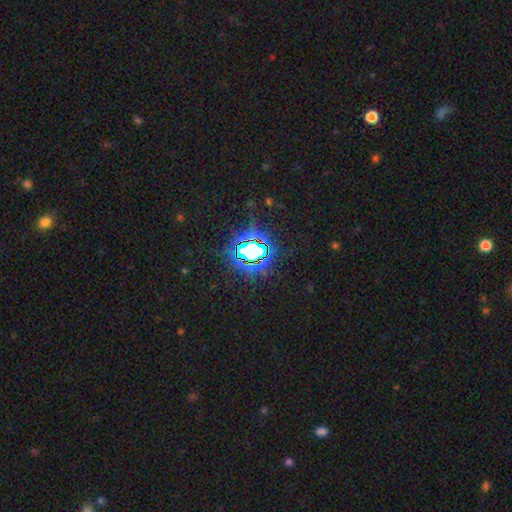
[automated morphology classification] smooth_or_featured: star or artifact (p=0.77) [alt: smooth p=0.14]